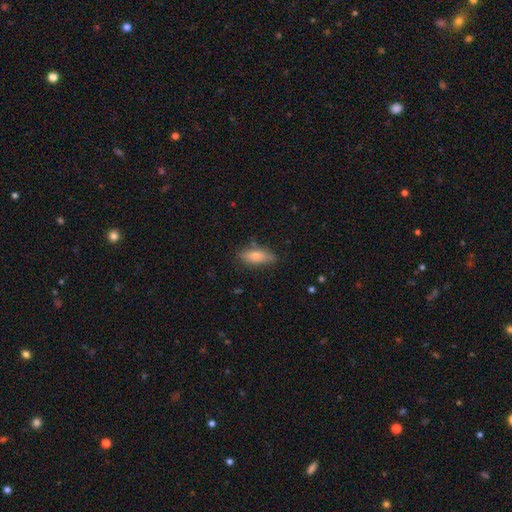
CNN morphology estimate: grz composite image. It shows a smooth galaxy with no disk features (69%) that is in between round and cigar-shaped (61%). Merging: none (77%).